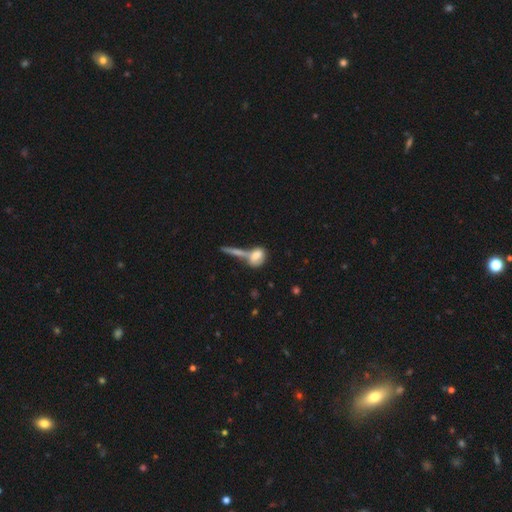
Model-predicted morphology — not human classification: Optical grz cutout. It shows a smooth galaxy with no disk features (71%) that is in between round and cigar-shaped (63%). Merging: merger (44%).